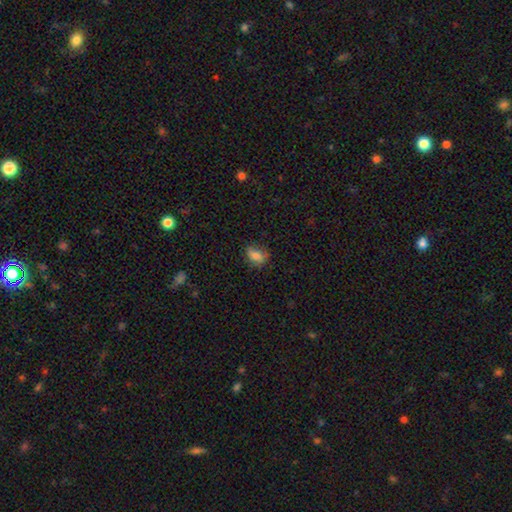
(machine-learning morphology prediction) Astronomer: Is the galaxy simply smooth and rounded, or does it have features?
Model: smooth — 79%.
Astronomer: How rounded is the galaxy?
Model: in between — 77%.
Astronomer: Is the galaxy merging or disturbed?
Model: none — 67%.